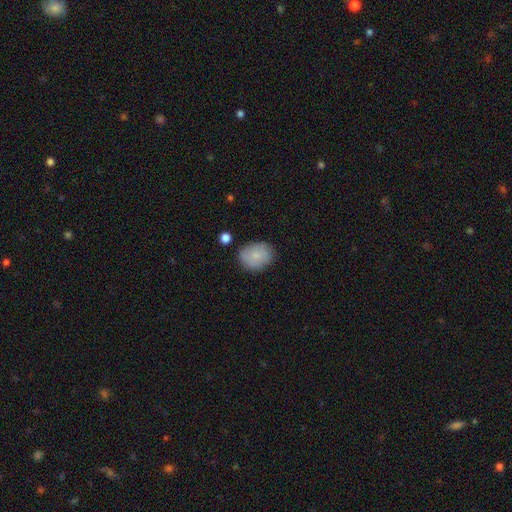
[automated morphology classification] The model was most divided on "how rounded": round: 53%, in between: 46%, cigar-shaped: 1%. More confident: merging — none (80%); smooth or featured — smooth (79%).